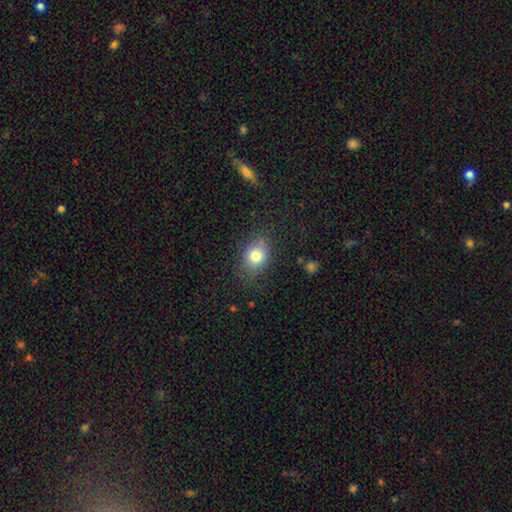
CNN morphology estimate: Q: Smooth or featured?
A: smooth (79%); runner-up: star or artifact (11%)
Q: How rounded?
A: in between (54%); runner-up: round (45%)
Q: Merging?
A: none (77%); runner-up: minor disturbance (17%)